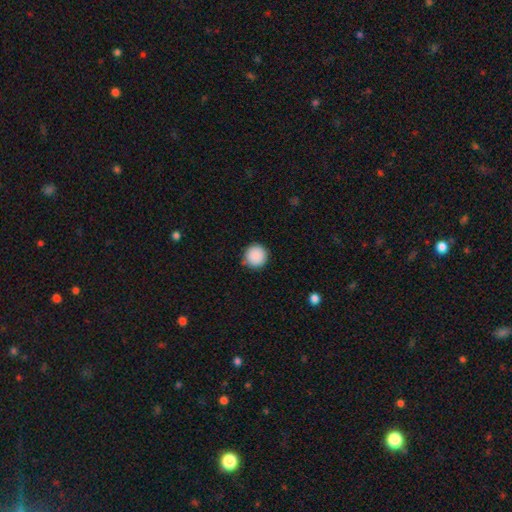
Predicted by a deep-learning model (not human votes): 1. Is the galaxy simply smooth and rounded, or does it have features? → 90% smooth, 8% star or artifact, 3% featured or disk.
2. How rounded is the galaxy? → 96% round, 3% in between, 1% cigar-shaped.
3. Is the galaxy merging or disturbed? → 87% none, 9% minor disturbance, 2% major disturbance, 1% merger.